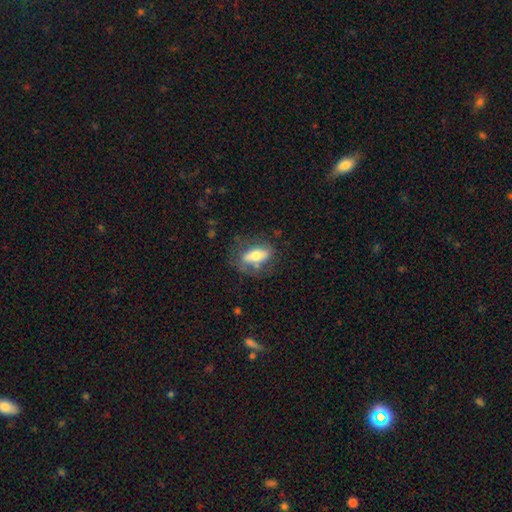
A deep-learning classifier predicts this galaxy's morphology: smooth 58%, featured or disk 35%, star or artifact 7%. Down the decision tree: how rounded — in between (79%); merging — none (60%).